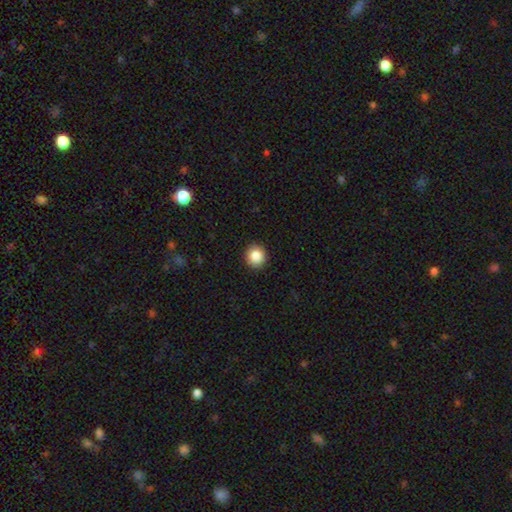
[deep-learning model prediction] smooth_or_featured: smooth (p=0.86) [alt: star or artifact p=0.09]
how_rounded: round (p=0.91) [alt: in between p=0.08]
merging: none (p=0.92) [alt: minor disturbance p=0.05]